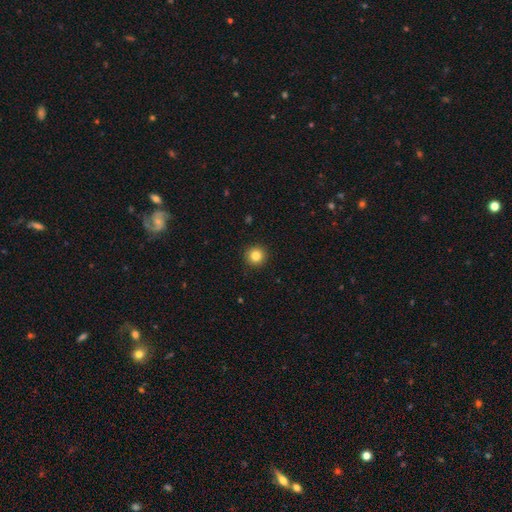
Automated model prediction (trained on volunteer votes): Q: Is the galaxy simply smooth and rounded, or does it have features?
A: smooth — 84%.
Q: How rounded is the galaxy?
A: round — 95%.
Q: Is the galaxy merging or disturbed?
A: none — 93%.